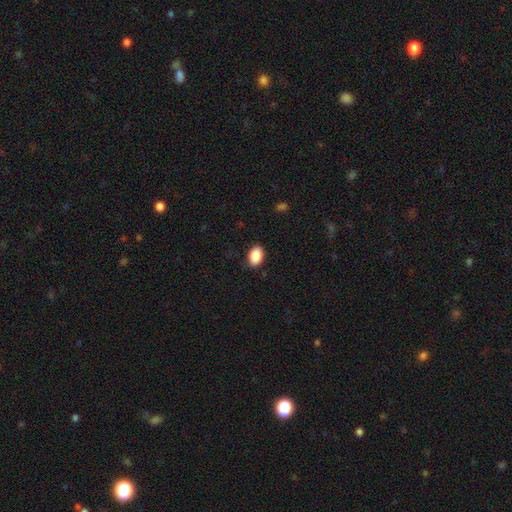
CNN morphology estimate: A smooth galaxy with no disk features (89%) that is in between round and cigar-shaped (89%). Merging: none (86%).